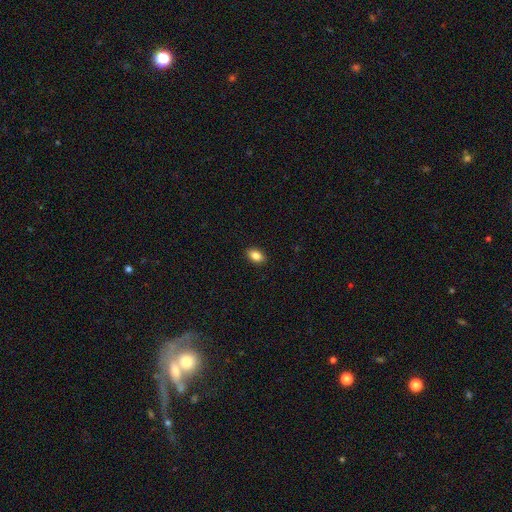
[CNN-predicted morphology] Smooth or featured?
  - smooth: 87% *
  - star or artifact: 9%
  - featured or disk: 5%
How rounded?
  - in between: 87% *
  - round: 12%
  - cigar-shaped: 2%
Merging?
  - none: 91% *
  - minor disturbance: 7%
  - major disturbance: 2%
  - merger: 1%